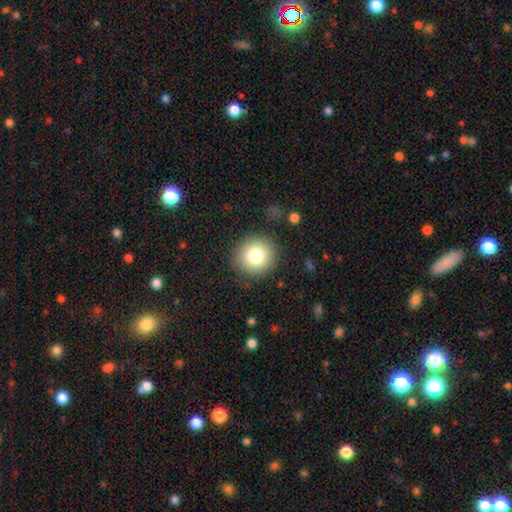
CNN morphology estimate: smooth_or_featured: smooth (p=0.79) [alt: star or artifact p=0.11]
how_rounded: round (p=0.93) [alt: in between p=0.06]
merging: none (p=0.90) [alt: minor disturbance p=0.06]